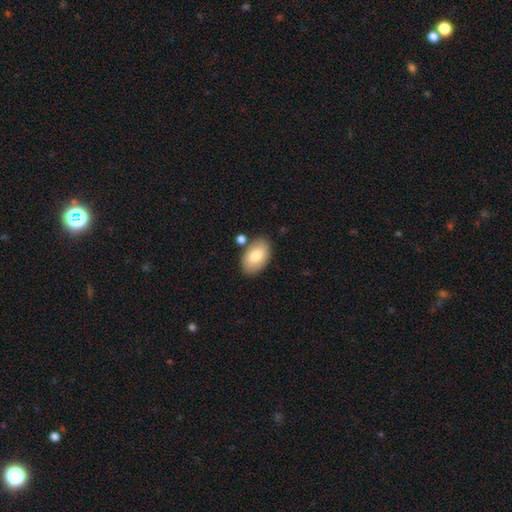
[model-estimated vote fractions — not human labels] Q: Smooth or featured?
A: smooth (80%); runner-up: featured or disk (14%)
Q: How rounded?
A: in between (93%); runner-up: round (6%)
Q: Merging?
A: none (78%); runner-up: minor disturbance (12%)